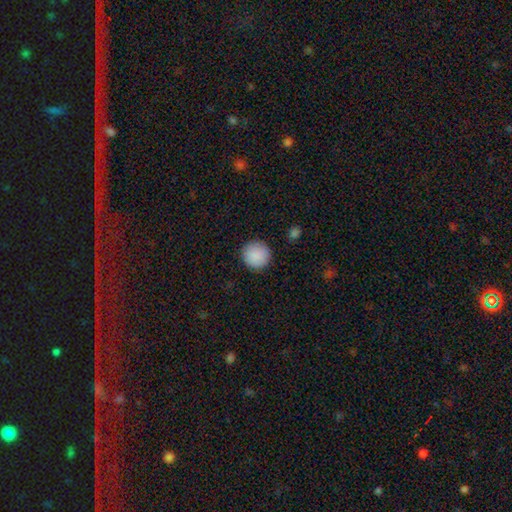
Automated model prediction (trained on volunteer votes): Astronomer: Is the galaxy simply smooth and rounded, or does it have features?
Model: smooth — 90%.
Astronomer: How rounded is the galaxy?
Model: round — 96%.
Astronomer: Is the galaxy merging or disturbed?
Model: none — 91%.